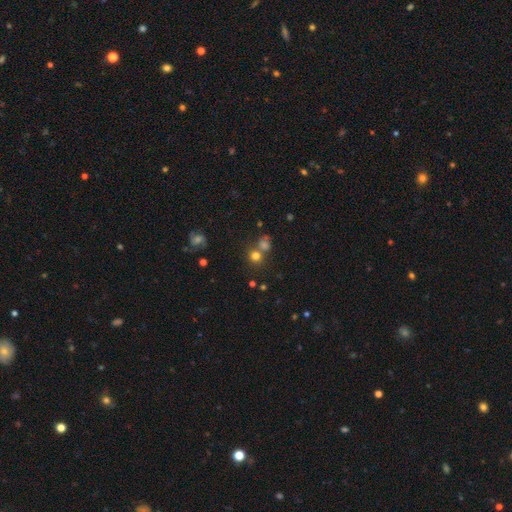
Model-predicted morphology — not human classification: smooth_or_featured: smooth (p=0.71) [alt: star or artifact p=0.19]
how_rounded: round (p=0.86) [alt: in between p=0.13]
merging: none (p=0.58) [alt: merger p=0.29]